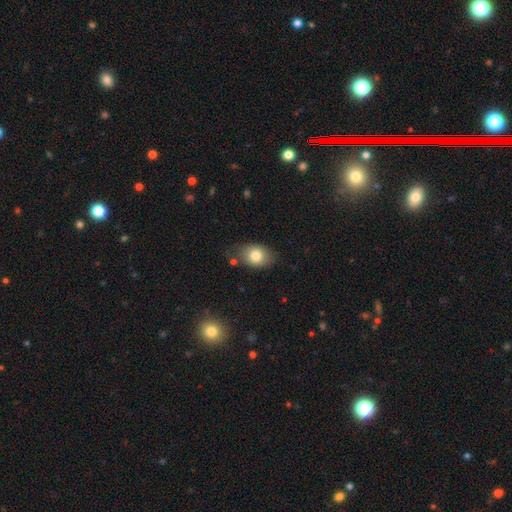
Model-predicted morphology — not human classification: type=smooth (80%); roundness=in between (74%); merging=none (73%).